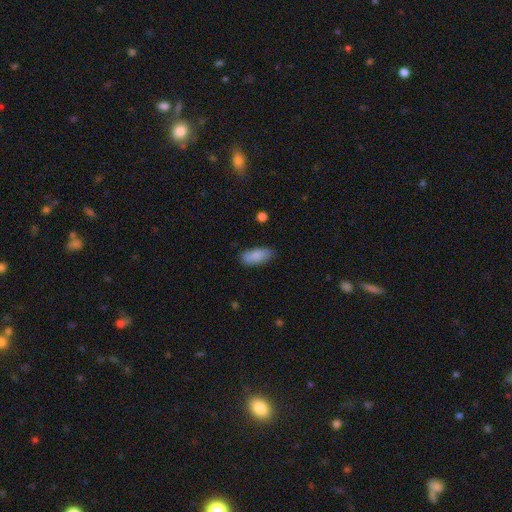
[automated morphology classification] The model was most divided on "merging": none: 80%, minor disturbance: 15%, major disturbance: 3%, merger: 1%. More confident: smooth or featured — smooth (87%); how rounded — in between (86%).